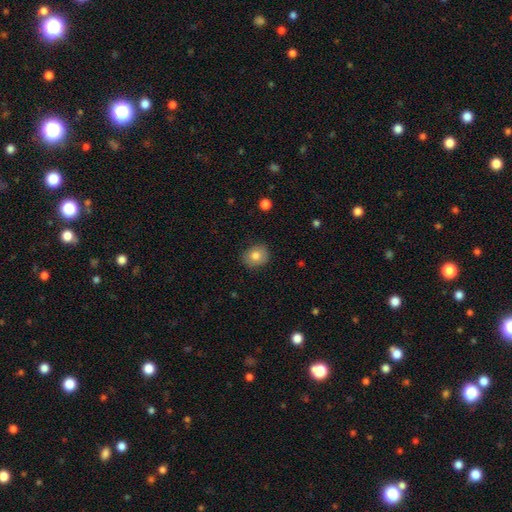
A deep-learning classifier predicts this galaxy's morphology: A smooth galaxy with no disk features (81%) that is round (59%).

Vote fractions:
- Smooth or featured? smooth: 81% / featured or disk: 10% / star or artifact: 9%
- How rounded? round: 59% / in between: 40% / cigar-shaped: 1%
- Merging? none: 85% / minor disturbance: 11% / major disturbance: 2% / merger: 1%